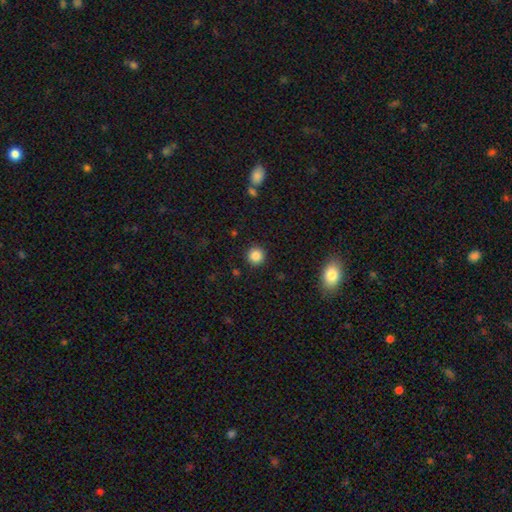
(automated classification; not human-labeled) Smooth or featured: smooth — 85% (star or artifact — 11%)
How rounded: round — 95% (in between — 4%)
Merging: none — 92% (minor disturbance — 5%)